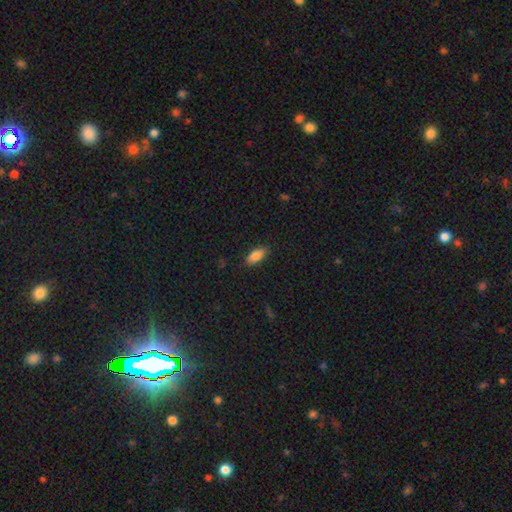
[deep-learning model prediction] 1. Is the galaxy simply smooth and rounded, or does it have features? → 86% smooth, 7% star or artifact, 7% featured or disk.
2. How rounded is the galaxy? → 85% in between, 12% cigar-shaped, 2% round.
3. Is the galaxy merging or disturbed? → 87% none, 10% minor disturbance, 2% major disturbance, 1% merger.